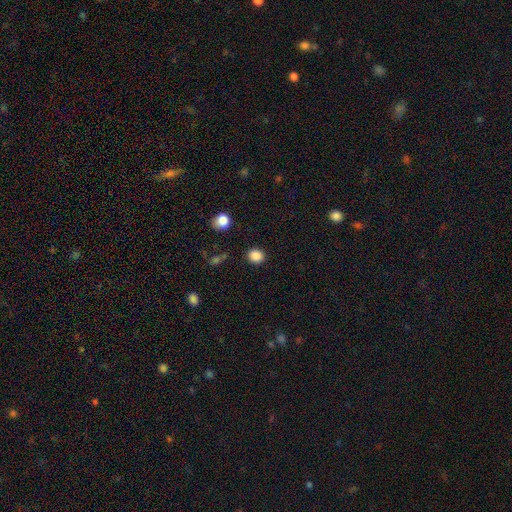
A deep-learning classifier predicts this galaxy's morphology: This appears to be a smooth galaxy with no disk features (87%) that is round (75%). Merging: none (88%).